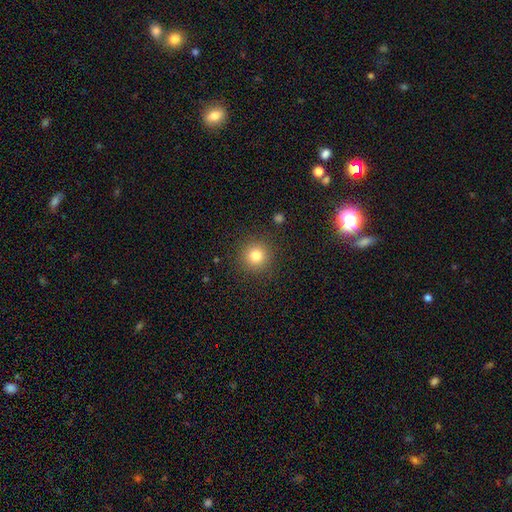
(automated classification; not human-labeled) Smooth or featured?
  - smooth: 80% *
  - star or artifact: 13%
  - featured or disk: 7%
How rounded?
  - round: 95% *
  - in between: 4%
  - cigar-shaped: 1%
Merging?
  - none: 90% *
  - minor disturbance: 6%
  - major disturbance: 3%
  - merger: 1%